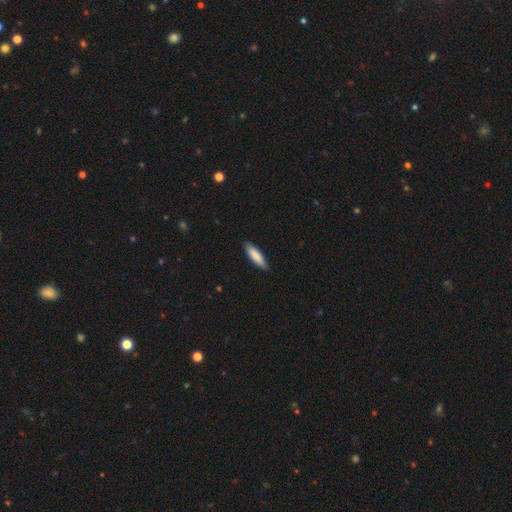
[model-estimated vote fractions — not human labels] A smooth galaxy with no disk features (85%) that is cigar-shaped (61%).

Vote fractions:
- Smooth or featured? smooth: 85% / featured or disk: 10% / star or artifact: 5%
- How rounded? cigar-shaped: 61% / in between: 38% / round: 1%
- Merging? none: 86% / minor disturbance: 11% / major disturbance: 2% / merger: 1%